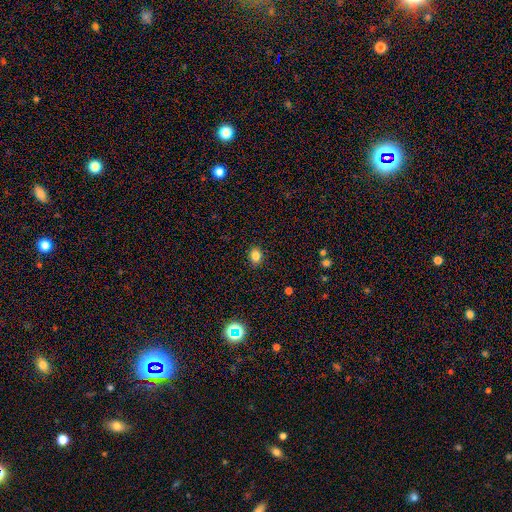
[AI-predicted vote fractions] Q: Smooth or featured?
A: smooth (83%); runner-up: star or artifact (12%)
Q: How rounded?
A: in between (59%); runner-up: round (40%)
Q: Merging?
A: none (89%); runner-up: minor disturbance (8%)